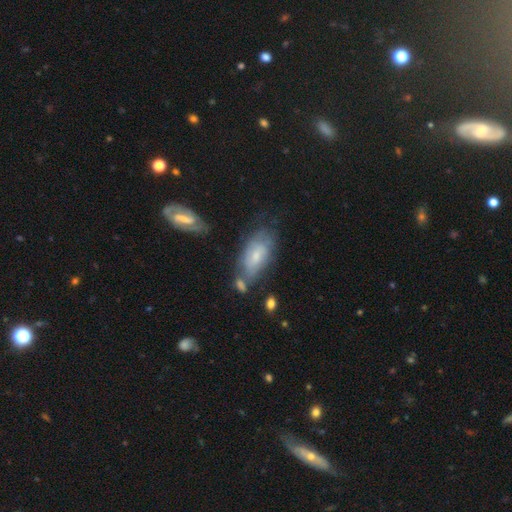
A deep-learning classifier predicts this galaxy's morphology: Smooth or featured?
  - smooth: 49% *
  - featured or disk: 43%
  - star or artifact: 9%
Merging?
  - none: 51% *
  - minor disturbance: 25%
  - merger: 14%
  - major disturbance: 10%